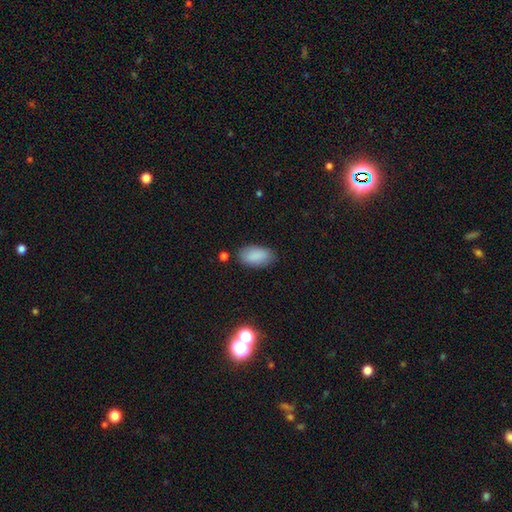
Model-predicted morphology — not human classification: Smooth or featured? smooth (88%)
How rounded? in between (94%)
Merging? none (81%)